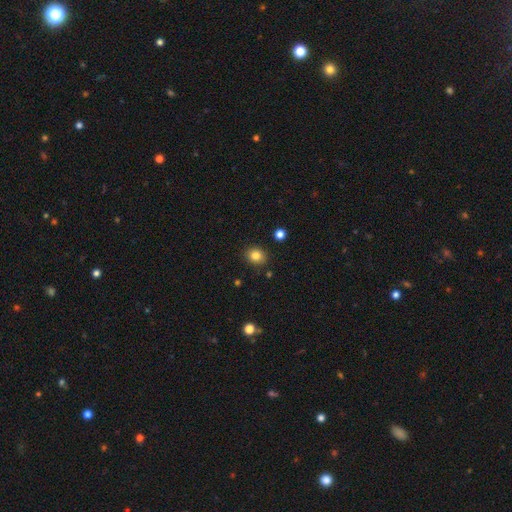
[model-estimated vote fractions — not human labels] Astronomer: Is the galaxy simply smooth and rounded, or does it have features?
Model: smooth — 82%.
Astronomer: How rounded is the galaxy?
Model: round — 69%.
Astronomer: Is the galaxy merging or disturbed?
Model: none — 88%.